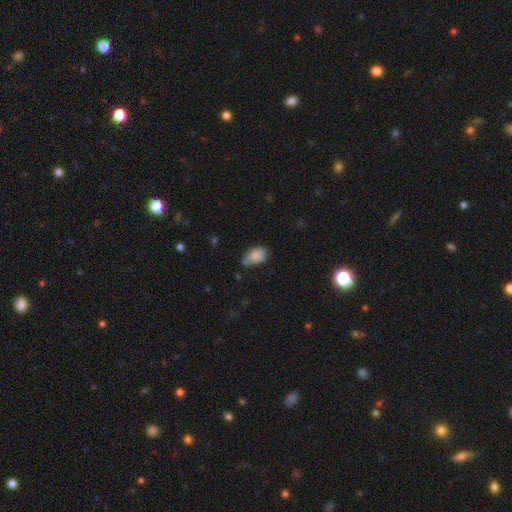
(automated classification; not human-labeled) Smooth or featured? Predicted: smooth (p=0.83). How rounded? Predicted: in between (p=0.86). Merging? Predicted: minor disturbance (p=0.44).